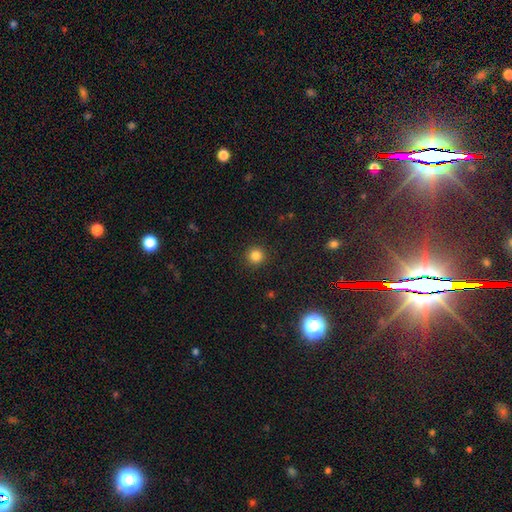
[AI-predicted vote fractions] Overall: smooth (84%). How rounded: round (95%). Merging: none (92%).